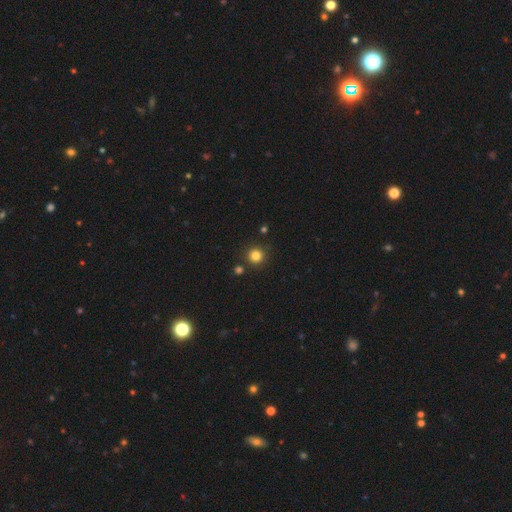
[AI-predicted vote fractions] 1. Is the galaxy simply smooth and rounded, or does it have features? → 82% smooth, 13% star or artifact, 4% featured or disk.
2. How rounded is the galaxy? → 94% round, 5% in between, 1% cigar-shaped.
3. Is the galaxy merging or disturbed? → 87% none, 6% minor disturbance, 4% merger, 2% major disturbance.